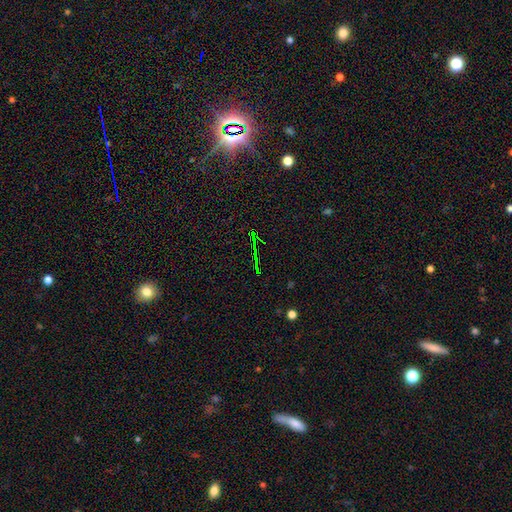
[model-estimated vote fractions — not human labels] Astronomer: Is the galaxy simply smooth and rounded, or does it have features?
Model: star or artifact — 76%.